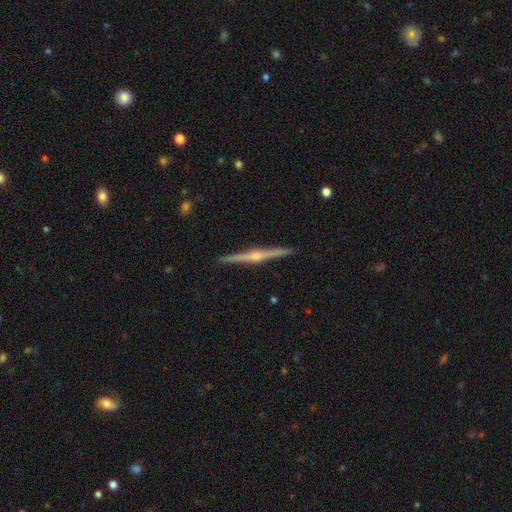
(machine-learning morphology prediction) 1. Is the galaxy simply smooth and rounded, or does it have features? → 85% featured or disk, 10% smooth, 5% star or artifact.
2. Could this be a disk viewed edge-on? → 99% yes, 1% no.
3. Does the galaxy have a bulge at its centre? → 84% rounded, 8% boxy, 8% none.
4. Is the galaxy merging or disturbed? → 93% none, 5% minor disturbance, 1% major disturbance, 1% merger.